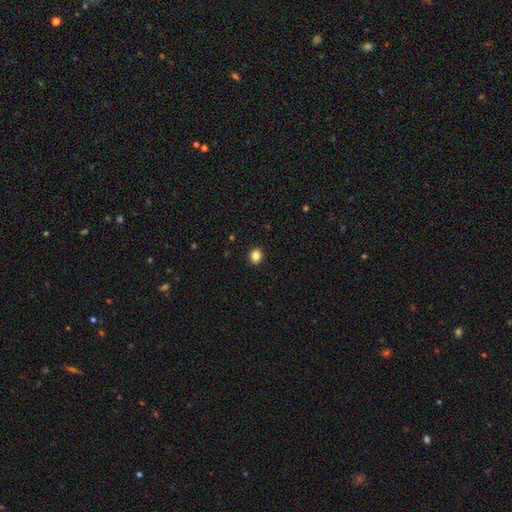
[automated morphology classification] The model was most divided on "how rounded": round: 62%, in between: 37%, cigar-shaped: 1%. More confident: merging — none (92%); smooth or featured — smooth (85%).